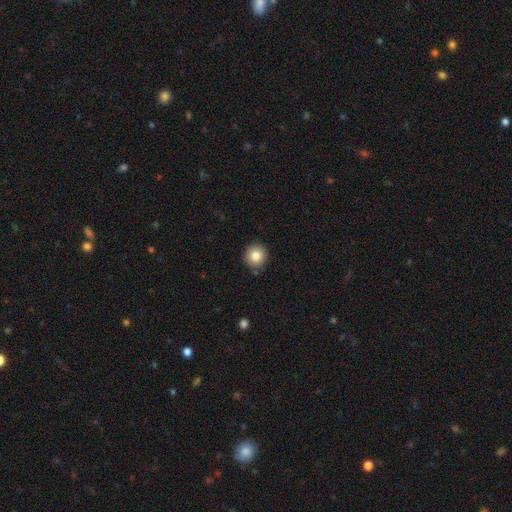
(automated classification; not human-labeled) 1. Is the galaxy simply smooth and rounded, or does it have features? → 84% smooth, 10% star or artifact, 7% featured or disk.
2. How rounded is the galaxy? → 95% round, 4% in between, 1% cigar-shaped.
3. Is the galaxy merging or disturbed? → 89% none, 7% minor disturbance, 2% merger, 2% major disturbance.